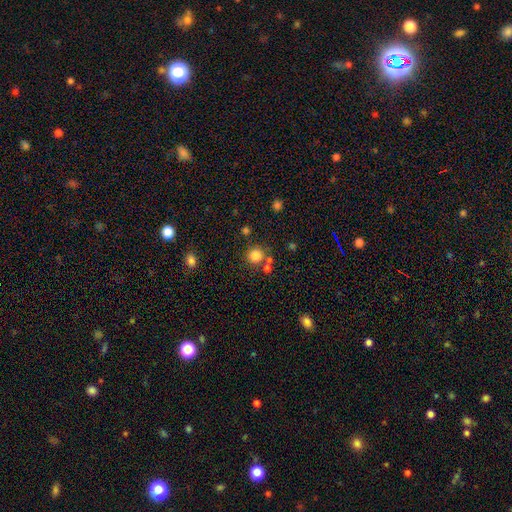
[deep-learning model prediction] A smooth galaxy with no disk features (82%) that is round (90%).

Vote fractions:
- Smooth or featured? smooth: 82% / star or artifact: 13% / featured or disk: 6%
- How rounded? round: 90% / in between: 9% / cigar-shaped: 1%
- Merging? none: 72% / merger: 15% / minor disturbance: 9% / major disturbance: 4%